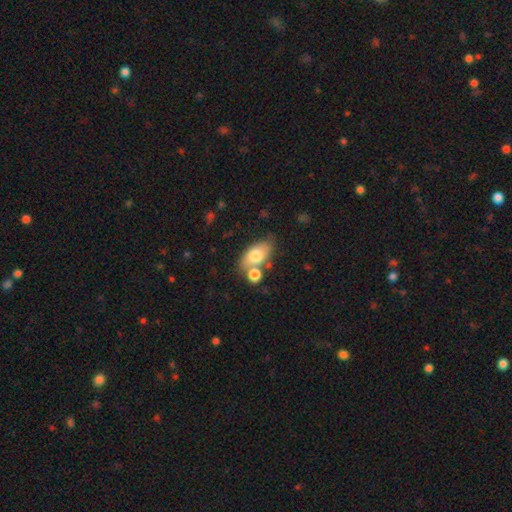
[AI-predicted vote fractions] A smooth galaxy with no disk features (72%) that is in between round and cigar-shaped (87%). Merging: none (58%).